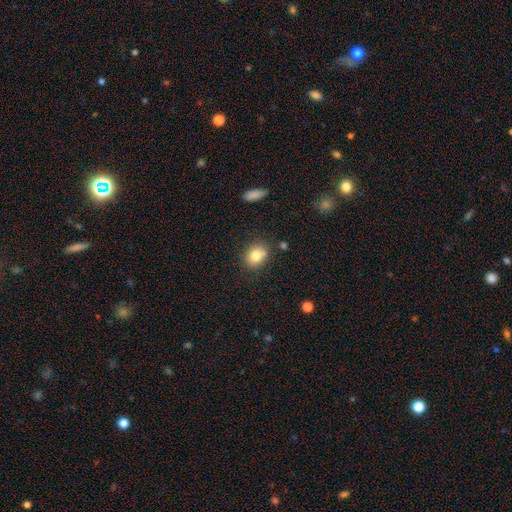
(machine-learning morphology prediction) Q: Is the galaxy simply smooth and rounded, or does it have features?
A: smooth — 80%.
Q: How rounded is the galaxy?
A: round — 51%.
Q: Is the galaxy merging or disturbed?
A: none — 76%.